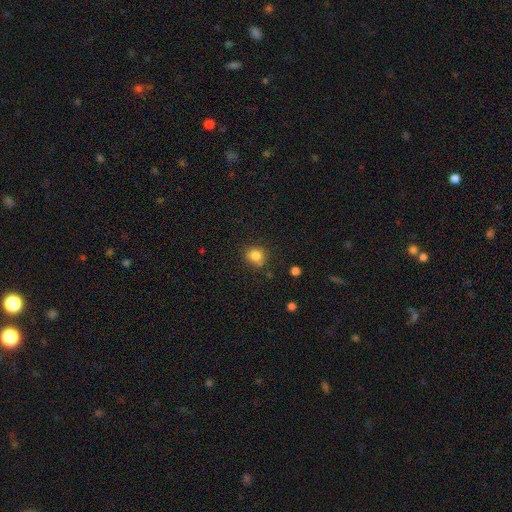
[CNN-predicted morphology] smooth_or_featured: smooth (p=0.83) [alt: star or artifact p=0.11]
how_rounded: round (p=0.77) [alt: in between p=0.22]
merging: none (p=0.73) [alt: minor disturbance p=0.17]